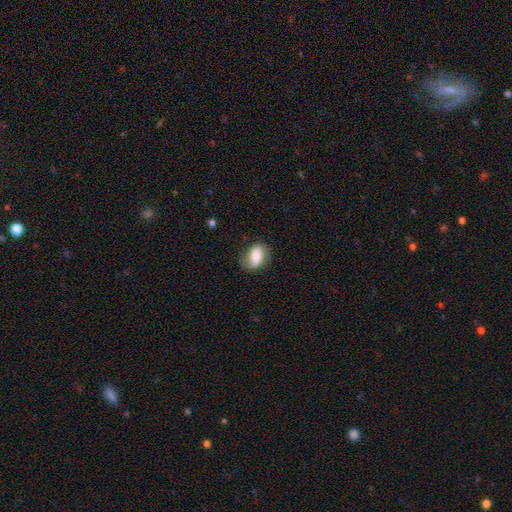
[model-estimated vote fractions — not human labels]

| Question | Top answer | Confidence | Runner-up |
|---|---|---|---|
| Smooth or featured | smooth | 63% | featured or disk (29%) |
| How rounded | in between | 80% | round (18%) |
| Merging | none | 71% | minor disturbance (21%) |